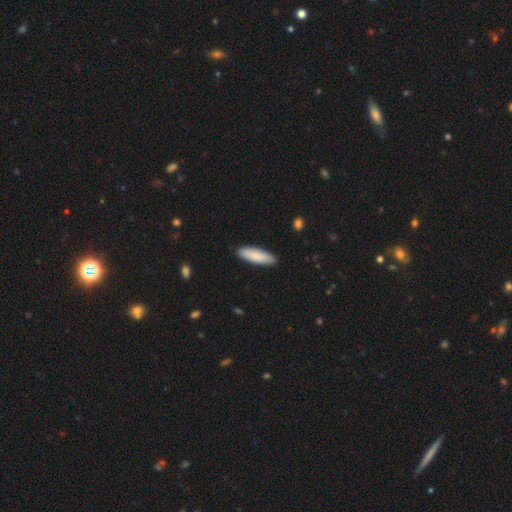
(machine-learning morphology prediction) Overall: smooth (86%). How rounded: in between (50%; cigar-shaped 49%). Merging: none (88%).